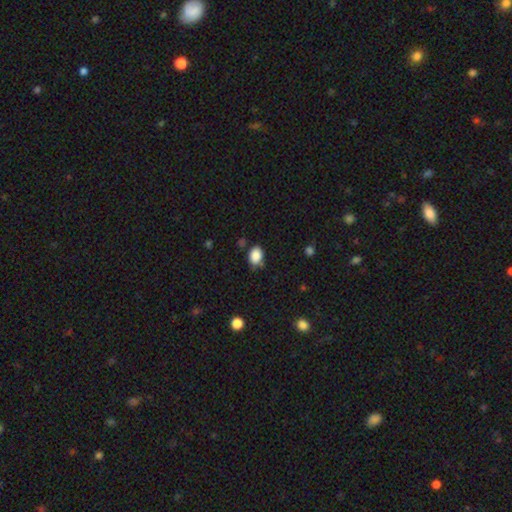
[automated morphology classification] smooth 87%, star or artifact 9%, featured or disk 4%. Down the decision tree: how rounded — in between (74%); merging — none (71%).